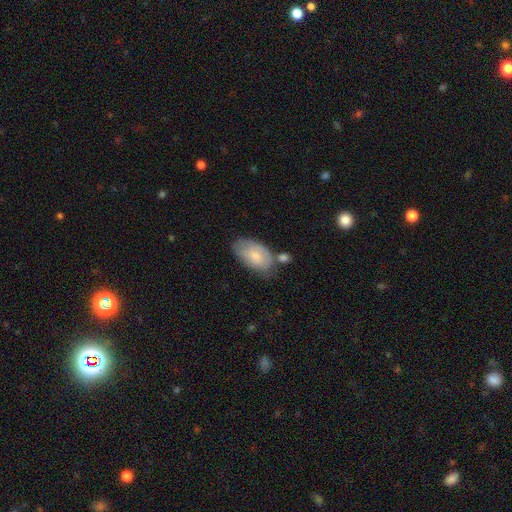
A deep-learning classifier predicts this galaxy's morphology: smooth-or-featured: smooth: 71% | featured or disk: 23% | star or artifact: 6%
  how-rounded: in between: 93% | round: 5% | cigar-shaped: 2%
  merging: none: 52% | minor disturbance: 28% | merger: 13% | major disturbance: 8%